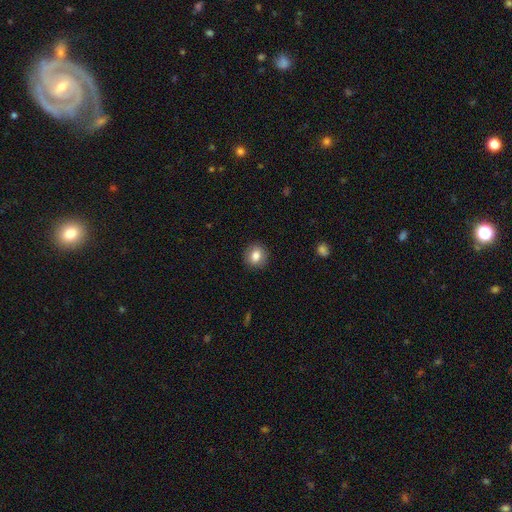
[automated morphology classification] This appears to be a smooth galaxy with no disk features (81%) that is round (79%). Merging: none (89%).